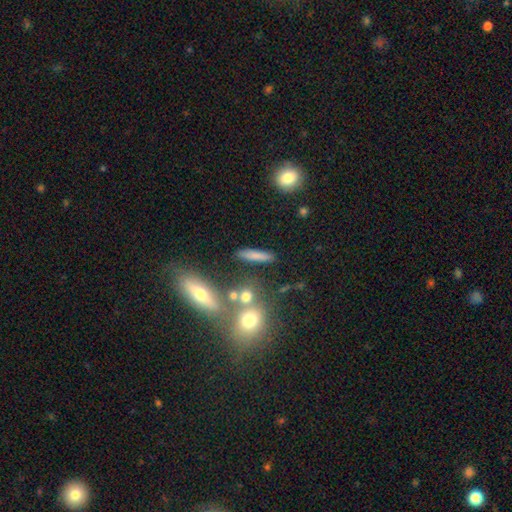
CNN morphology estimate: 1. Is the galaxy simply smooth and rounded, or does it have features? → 72% smooth, 17% featured or disk, 10% star or artifact.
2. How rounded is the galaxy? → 80% cigar-shaped, 15% in between, 5% round.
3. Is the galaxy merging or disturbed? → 81% none, 9% minor disturbance, 6% merger, 3% major disturbance.